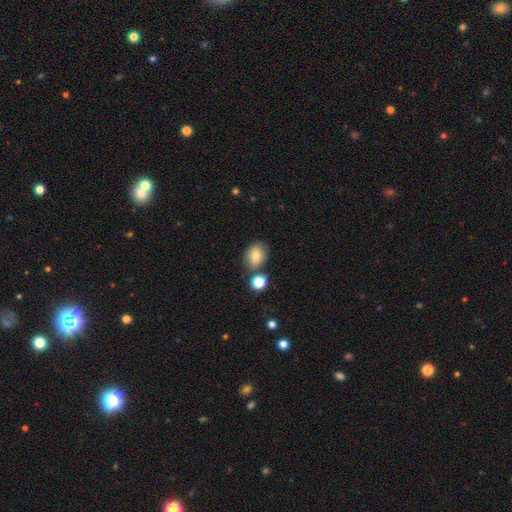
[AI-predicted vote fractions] smooth-or-featured: smooth: 77% | featured or disk: 13% | star or artifact: 10%
  how-rounded: in between: 57% | round: 42% | cigar-shaped: 1%
  merging: none: 73% | minor disturbance: 13% | merger: 11% | major disturbance: 3%